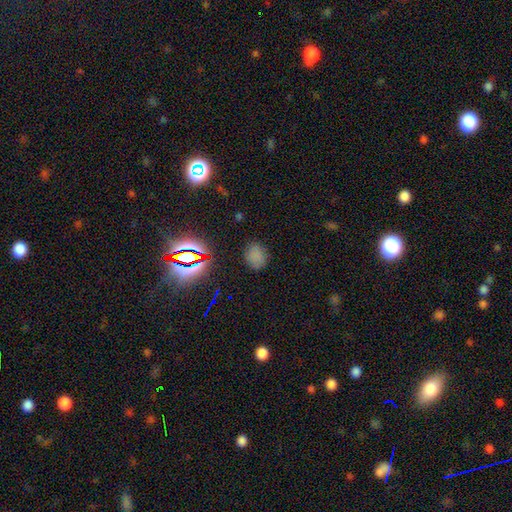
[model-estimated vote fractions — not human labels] A smooth galaxy with no disk features (71%) that is round (51%).

Vote fractions:
- Smooth or featured? smooth: 71% / star or artifact: 23% / featured or disk: 6%
- How rounded? round: 51% / in between: 47% / cigar-shaped: 1%
- Merging? none: 82% / minor disturbance: 13% / major disturbance: 4% / merger: 1%